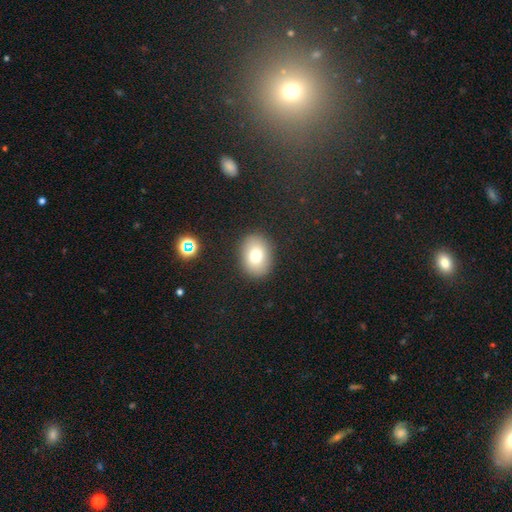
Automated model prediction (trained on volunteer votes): Morphology: type=smooth (76%); roundness=in between (63%); merging=none (88%).